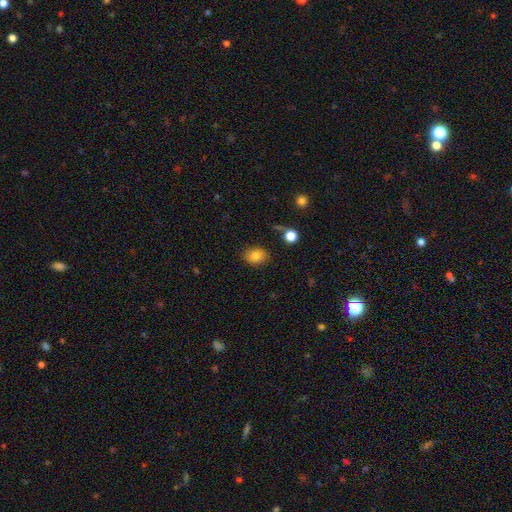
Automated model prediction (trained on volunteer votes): Smooth or featured? smooth (81%)
How rounded? in between (57%)
Merging? none (84%)